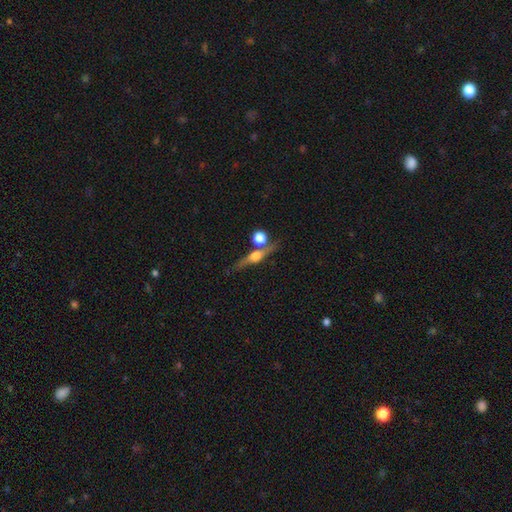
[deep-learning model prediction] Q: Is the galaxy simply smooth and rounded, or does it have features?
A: featured or disk — 71%.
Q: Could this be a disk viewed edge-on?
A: yes — 94%.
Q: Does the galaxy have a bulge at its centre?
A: rounded — 92%.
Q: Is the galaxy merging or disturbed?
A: none — 70%.